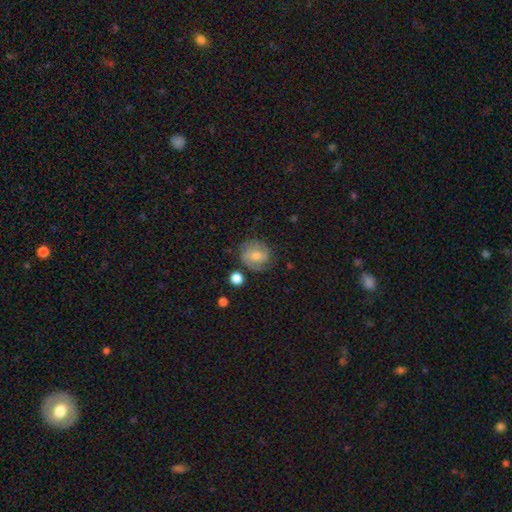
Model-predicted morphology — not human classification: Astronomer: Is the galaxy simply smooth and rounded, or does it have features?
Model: featured or disk — 58%.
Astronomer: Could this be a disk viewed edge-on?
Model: no — 97%.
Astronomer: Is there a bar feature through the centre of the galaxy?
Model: no — 45% (runner-up: weak, 44%).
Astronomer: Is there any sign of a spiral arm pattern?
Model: yes — 86%.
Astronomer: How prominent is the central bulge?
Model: moderate — 55% (runner-up: small, 38%).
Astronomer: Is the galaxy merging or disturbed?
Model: none — 74%.